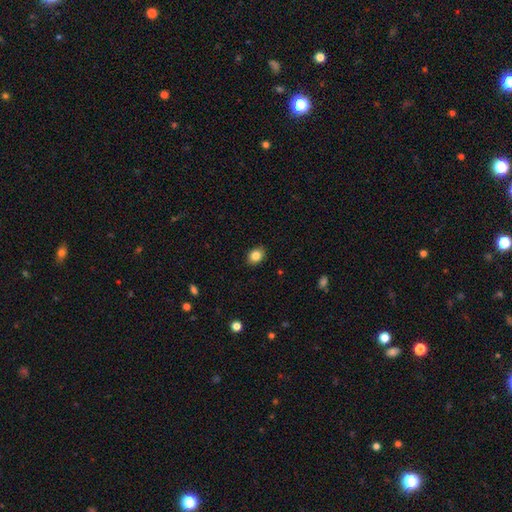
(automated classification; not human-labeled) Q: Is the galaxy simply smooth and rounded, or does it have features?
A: smooth — 84%.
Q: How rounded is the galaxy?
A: in between — 59%.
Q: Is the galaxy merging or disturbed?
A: none — 88%.